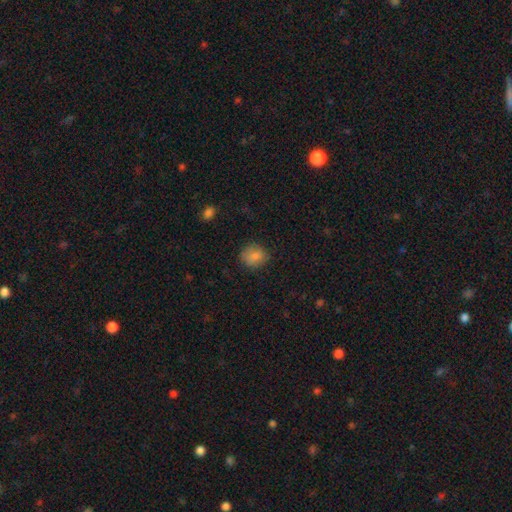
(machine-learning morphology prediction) Smooth or featured: smooth — 84% (star or artifact — 10%)
How rounded: round — 77% (in between — 22%)
Merging: none — 82% (minor disturbance — 14%)